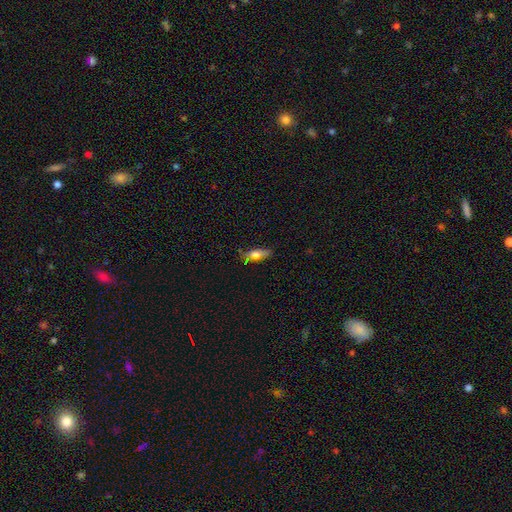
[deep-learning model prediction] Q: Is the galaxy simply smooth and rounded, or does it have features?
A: smooth — 65%.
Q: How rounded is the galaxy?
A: in between — 58%.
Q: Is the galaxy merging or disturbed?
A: none — 74%.